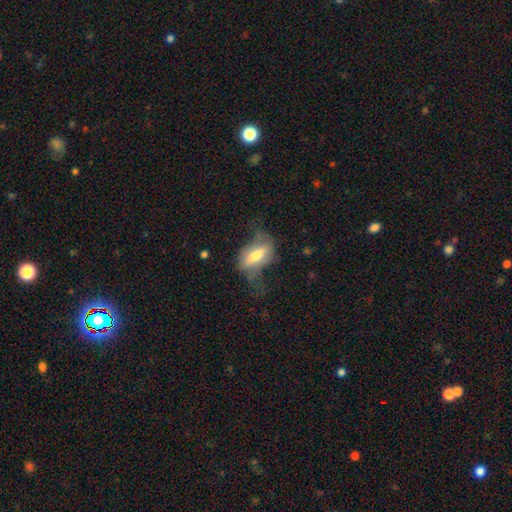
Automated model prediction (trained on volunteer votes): Smooth or featured?
  - featured or disk: 50% *
  - smooth: 44%
  - star or artifact: 7%
Merging?
  - none: 41% *
  - major disturbance: 31%
  - minor disturbance: 26%
  - merger: 2%